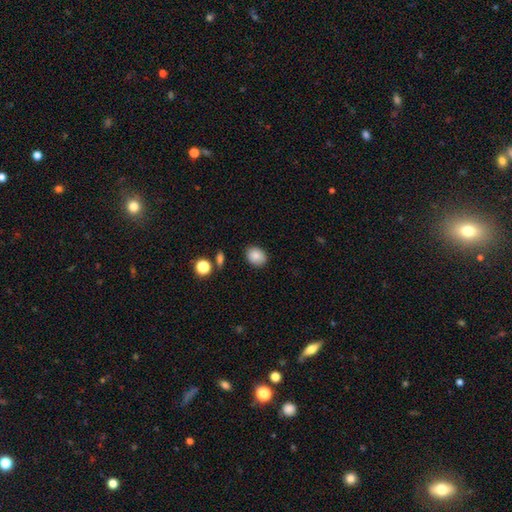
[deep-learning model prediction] This appears to be a smooth galaxy with no disk features (86%) that is in between round and cigar-shaped (52%). Merging: none (86%).